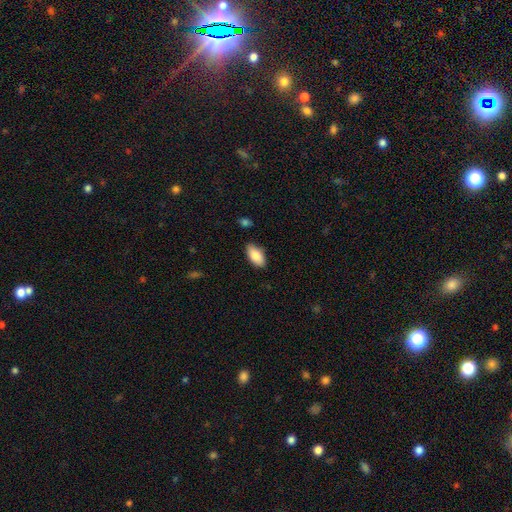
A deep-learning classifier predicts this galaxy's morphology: This is clearly a smooth galaxy (87%). How rounded: clearly in between (93%). Merging: clearly none (83%).